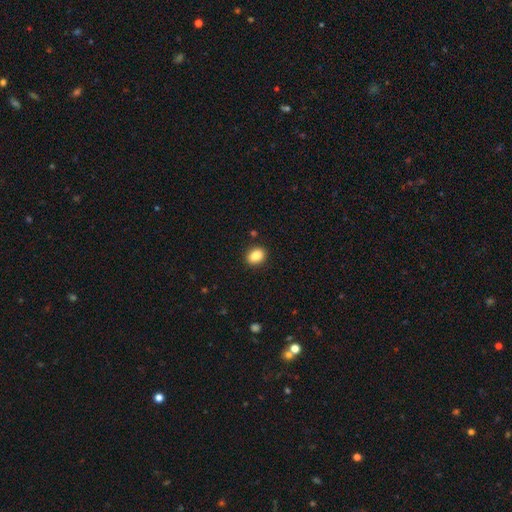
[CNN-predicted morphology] smooth-or-featured: smooth: 86% | star or artifact: 9% | featured or disk: 5%
  how-rounded: in between: 57% | round: 42% | cigar-shaped: 1%
  merging: none: 90% | minor disturbance: 7% | major disturbance: 2% | merger: 1%